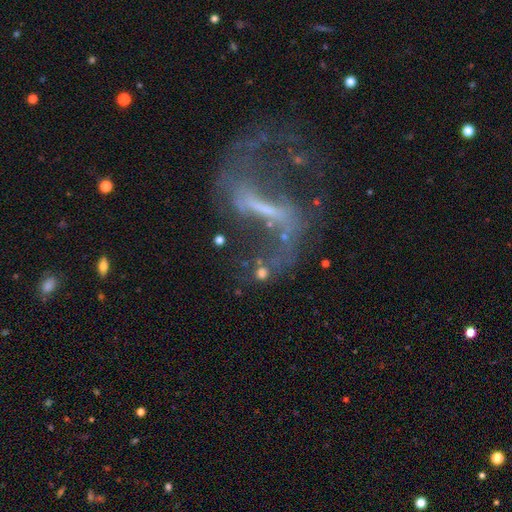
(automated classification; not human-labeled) smooth-or-featured: featured or disk: 85% | star or artifact: 9% | smooth: 5%
  disk-edge-on: no: 95% | yes: 5%
    bar: strong: 64% | weak: 27% | no: 9%
    has-spiral-arms: yes: 88% | no: 12%
      spiral-winding: loose: 75% | medium: 20% | tight: 5%
      spiral-arm-count: 2: 90% | 1: 4% | can't tell: 3% | 3: 1% | 4: 1% | more than 4: 1%
    bulge-size: none: 47% | small: 37% | moderate: 13% | large: 2% | dominant: 1%
  merging: none: 59% | major disturbance: 21% | minor disturbance: 14% | merger: 5%